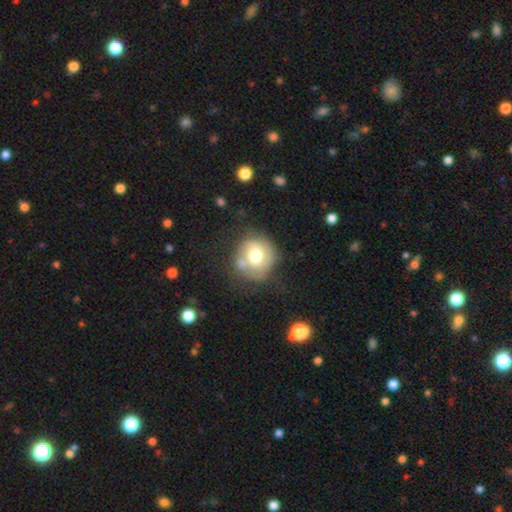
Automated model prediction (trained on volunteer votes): Smooth or featured? Predicted: smooth (p=0.63). How rounded? Predicted: round (p=0.84). Merging? Predicted: none (p=0.53).